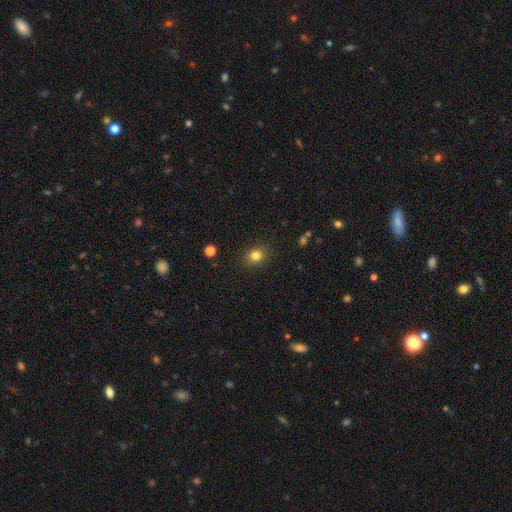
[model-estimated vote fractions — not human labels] Smooth or featured? smooth (82%)
How rounded? round (61%)
Merging? none (88%)